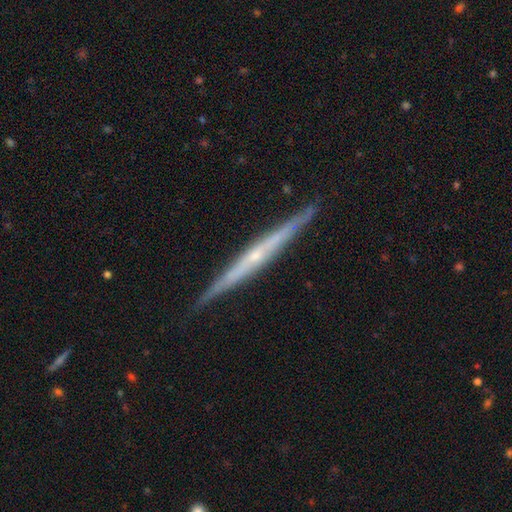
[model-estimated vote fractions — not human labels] Smooth or featured?
  - featured or disk: 78% *
  - smooth: 17%
  - star or artifact: 6%
Edge-on disk?
  - yes: 97% *
  - no: 3%
Edge-on bulge?
  - none: 49% *
  - rounded: 46%
  - boxy: 5%
Merging?
  - none: 90% *
  - minor disturbance: 8%
  - major disturbance: 1%
  - merger: 1%